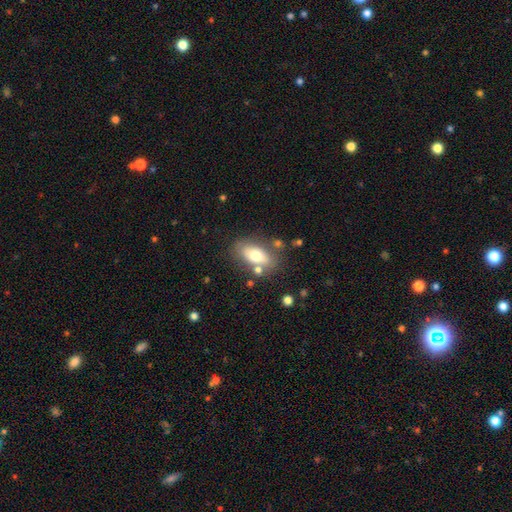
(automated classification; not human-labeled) Smooth or featured?
  - smooth: 66% *
  - featured or disk: 26%
  - star or artifact: 8%
How rounded?
  - in between: 87% *
  - round: 7%
  - cigar-shaped: 6%
Merging?
  - none: 71% *
  - minor disturbance: 15%
  - merger: 9%
  - major disturbance: 5%